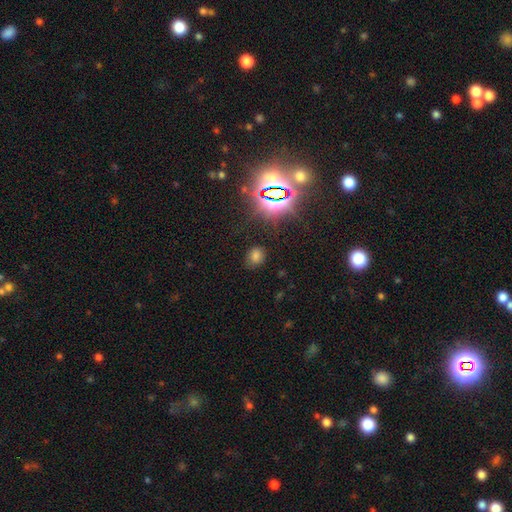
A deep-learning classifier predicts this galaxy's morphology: A smooth galaxy with no disk features (63%) that is round (51%).

Vote fractions:
- Smooth or featured? smooth: 63% / star or artifact: 29% / featured or disk: 7%
- How rounded? round: 51% / in between: 48% / cigar-shaped: 1%
- Merging? none: 81% / minor disturbance: 13% / major disturbance: 4% / merger: 2%